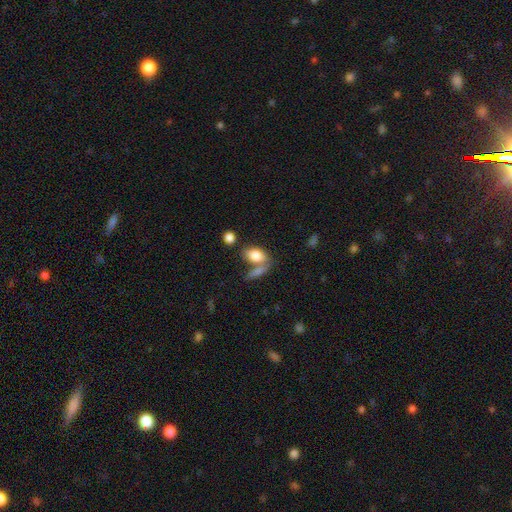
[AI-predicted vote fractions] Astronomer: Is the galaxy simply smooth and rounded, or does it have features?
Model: smooth — 82%.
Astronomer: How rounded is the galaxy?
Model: in between — 88%.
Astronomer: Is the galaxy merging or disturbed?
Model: none — 46% (runner-up: merger, 36%).